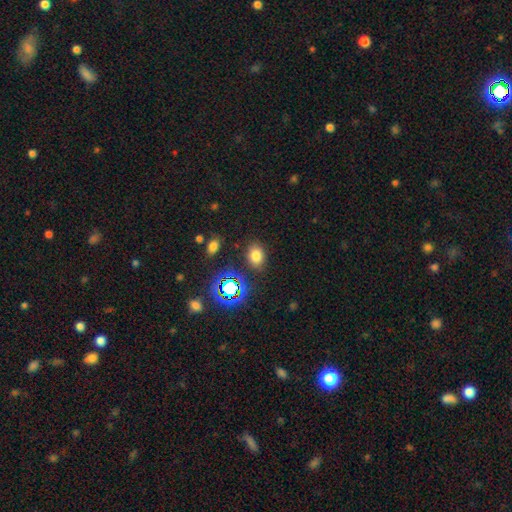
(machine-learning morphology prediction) type=smooth (72%); roundness=in between (69%); merging=none (84%).